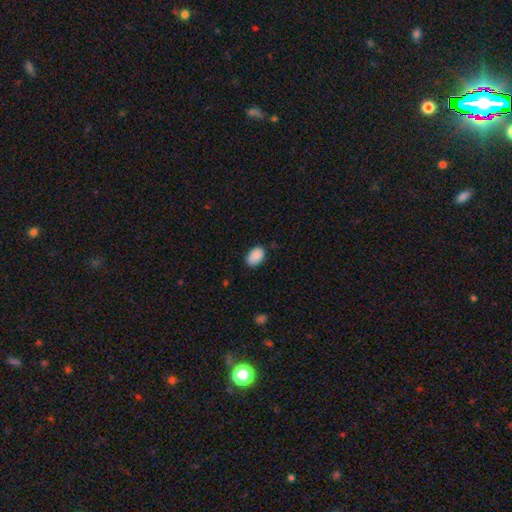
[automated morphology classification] This appears to be a smooth galaxy with no disk features (90%) that is in between round and cigar-shaped (87%). Merging: none (83%).